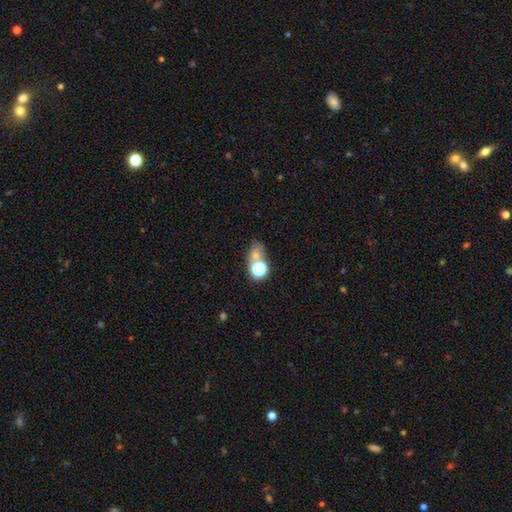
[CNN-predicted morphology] A smooth galaxy with no disk features (50%) that is round (57%). Merging: none (51%).